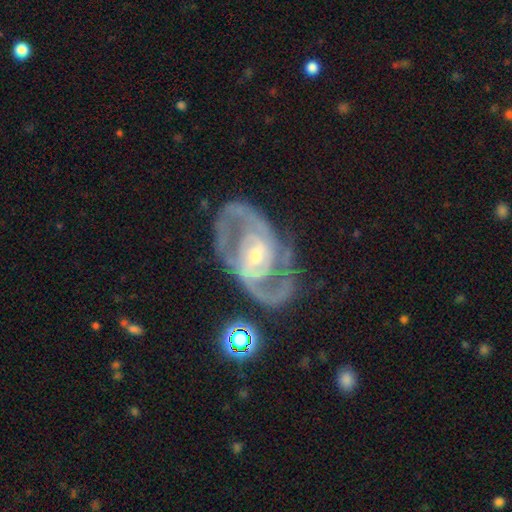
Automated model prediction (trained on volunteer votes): Morphology: type=featured or disk (90%); edge-on=no (96%); bar=no (41%); spiral arms=yes (96%); winding=medium (47%); arm count=2 (80%); bulge=small (60%); merging=none (74%).